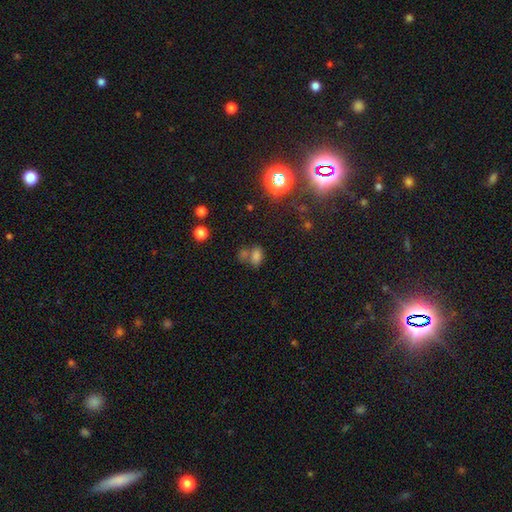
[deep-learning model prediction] Smooth or featured: smooth — 71% (star or artifact — 20%)
How rounded: in between — 84% (round — 14%)
Merging: none — 42% (merger — 38%)